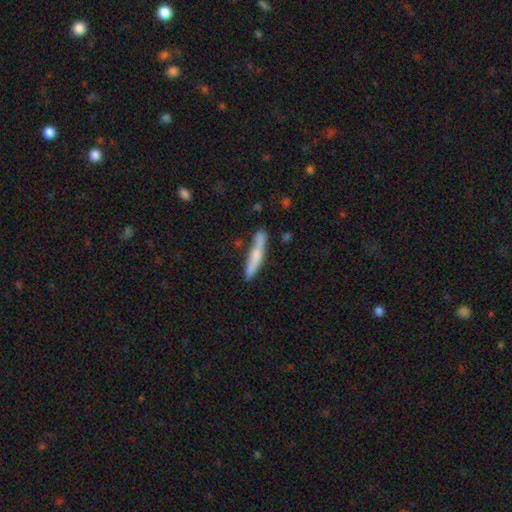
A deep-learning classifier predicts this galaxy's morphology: Smooth or featured? Predicted: smooth (p=0.57). How rounded? Predicted: cigar-shaped (p=0.92). Merging? Predicted: none (p=0.78).